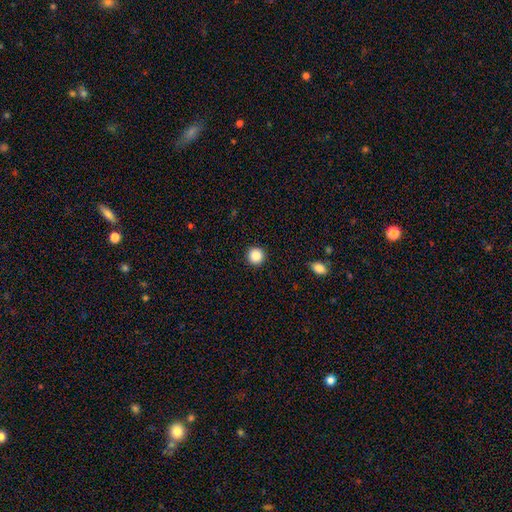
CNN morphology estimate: Smooth or featured?
  - smooth: 87% *
  - star or artifact: 10%
  - featured or disk: 4%
How rounded?
  - round: 96% *
  - in between: 3%
  - cigar-shaped: 1%
Merging?
  - none: 93% *
  - minor disturbance: 5%
  - major disturbance: 2%
  - merger: 1%